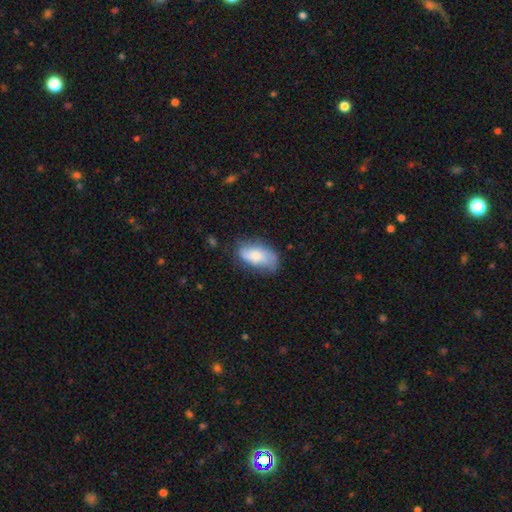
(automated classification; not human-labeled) A smooth galaxy with no disk features (67%) that is in between round and cigar-shaped (92%).

Vote fractions:
- Smooth or featured? smooth: 67% / featured or disk: 26% / star or artifact: 7%
- How rounded? in between: 92% / round: 4% / cigar-shaped: 3%
- Merging? none: 60% / minor disturbance: 29% / major disturbance: 9% / merger: 2%